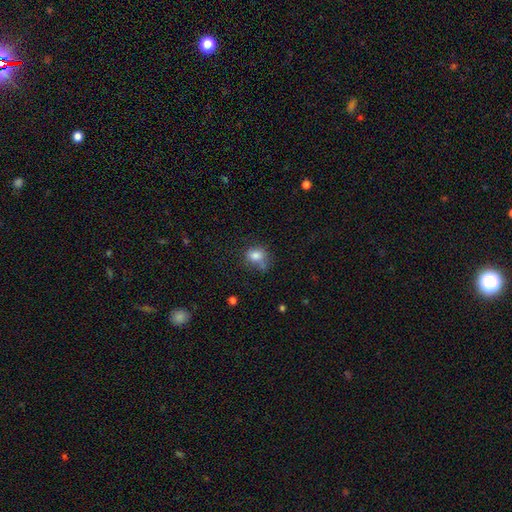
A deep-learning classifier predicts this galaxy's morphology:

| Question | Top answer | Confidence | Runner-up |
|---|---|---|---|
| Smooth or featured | smooth | 80% | star or artifact (11%) |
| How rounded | round | 51% | in between (48%) |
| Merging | none | 49% | minor disturbance (28%) |